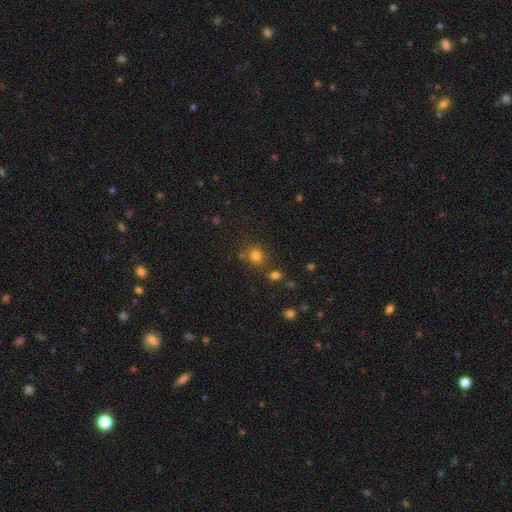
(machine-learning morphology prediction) The model was most divided on "how rounded": round: 76%, in between: 24%, cigar-shaped: 1%. More confident: smooth or featured — smooth (78%); merging — none (75%).